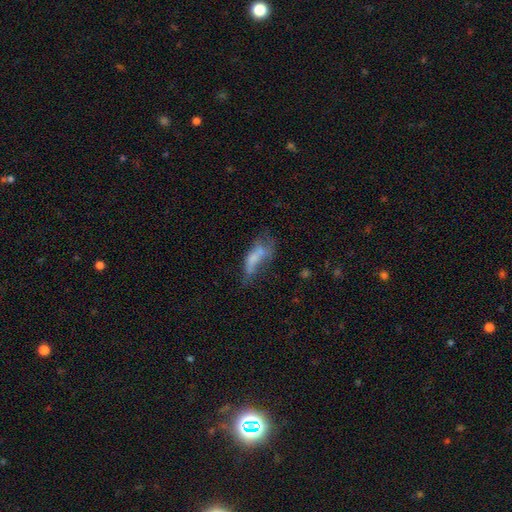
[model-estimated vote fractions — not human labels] Overall: smooth (48%; featured or disk 39%). Merging: major disturbance (32%; none 26%).